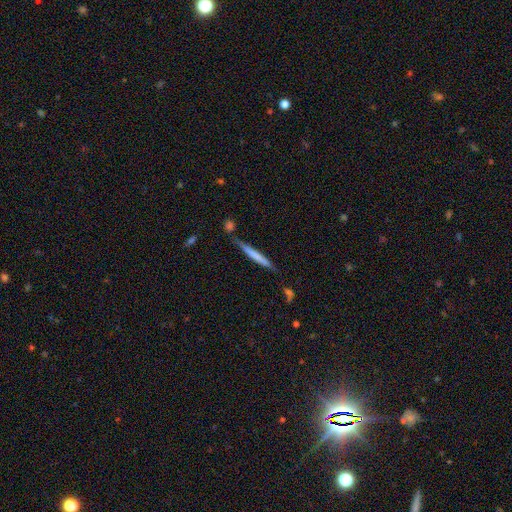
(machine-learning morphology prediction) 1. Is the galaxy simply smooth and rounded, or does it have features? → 60% smooth, 35% featured or disk, 6% star or artifact.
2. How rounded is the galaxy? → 96% cigar-shaped, 3% in between, 1% round.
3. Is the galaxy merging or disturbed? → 73% none, 17% minor disturbance, 7% merger, 4% major disturbance.